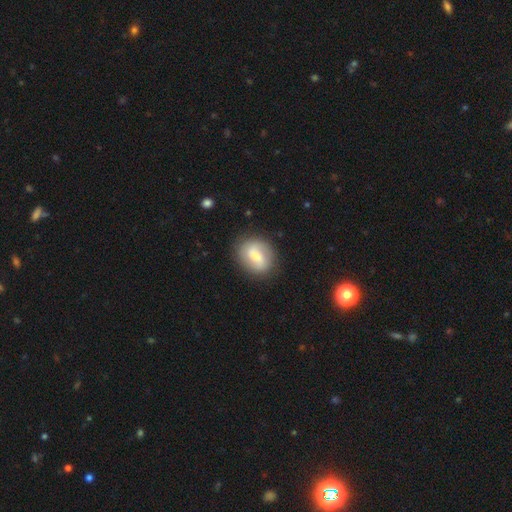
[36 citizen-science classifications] A smooth galaxy with no disk features (61%) that is round (64%).

Vote fractions:
- Smooth or featured? smooth: 61% / featured or disk: 36% / star or artifact: 3%
- How rounded? round: 64% / in between: 36% / cigar-shaped: 0%
- Merging? none: 86% / minor disturbance: 14% / major disturbance: 0% / merger: 0%